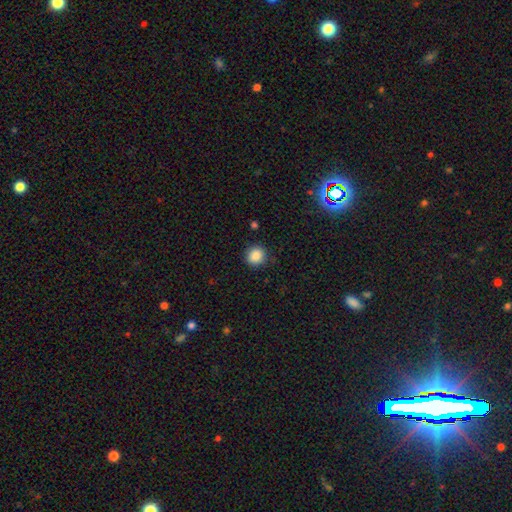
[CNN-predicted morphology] smooth_or_featured: smooth (p=0.87) [alt: star or artifact p=0.10]
how_rounded: round (p=0.85) [alt: in between p=0.14]
merging: none (p=0.87) [alt: minor disturbance p=0.09]